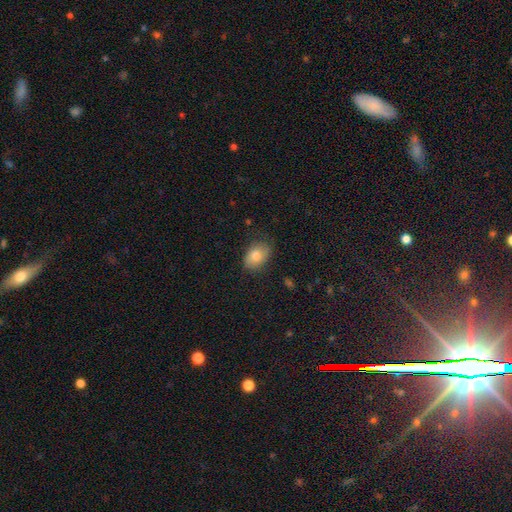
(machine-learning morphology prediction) This is likely a smooth galaxy (78%). How rounded: clearly in between (83%). Merging: likely none (78%).